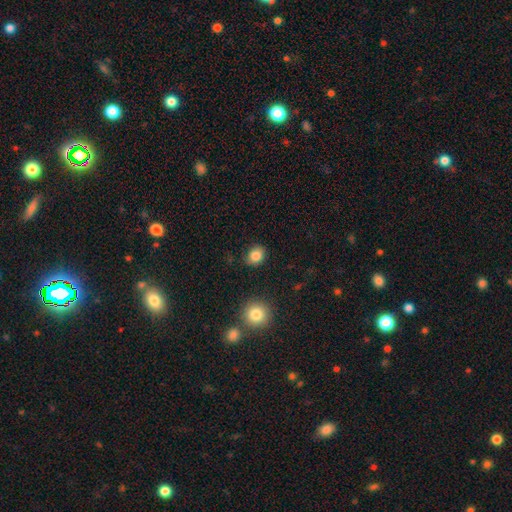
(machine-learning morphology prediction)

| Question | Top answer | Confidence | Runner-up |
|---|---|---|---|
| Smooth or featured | smooth | 84% | star or artifact (10%) |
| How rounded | round | 62% | in between (37%) |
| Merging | none | 82% | minor disturbance (13%) |